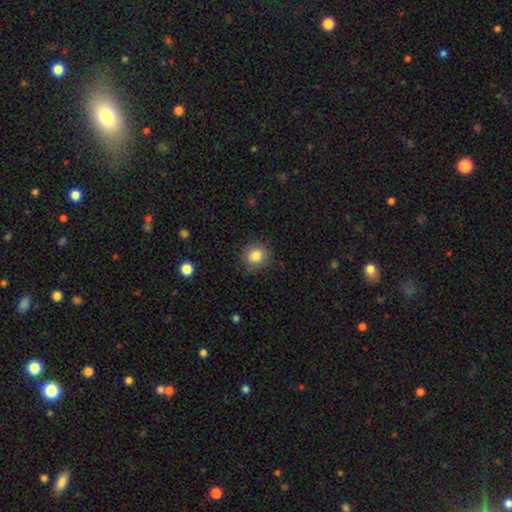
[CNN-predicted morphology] A smooth galaxy with no disk features (84%) that is round (83%).

Vote fractions:
- Smooth or featured? smooth: 84% / star or artifact: 10% / featured or disk: 7%
- How rounded? round: 83% / in between: 16% / cigar-shaped: 1%
- Merging? none: 84% / minor disturbance: 11% / major disturbance: 3% / merger: 1%